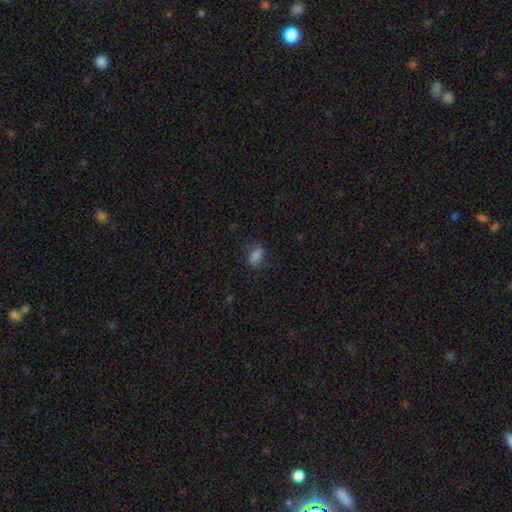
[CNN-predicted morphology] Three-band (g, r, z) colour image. It shows a smooth galaxy with no disk features (77%) that is in between round and cigar-shaped (81%). Merging: none (71%).